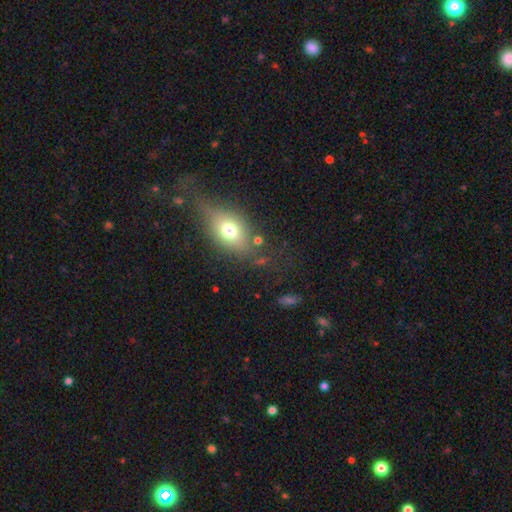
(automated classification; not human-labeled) Smooth or featured?
  - smooth: 41% *
  - featured or disk: 40%
  - star or artifact: 19%
Merging?
  - none: 62% *
  - minor disturbance: 21%
  - major disturbance: 13%
  - merger: 4%